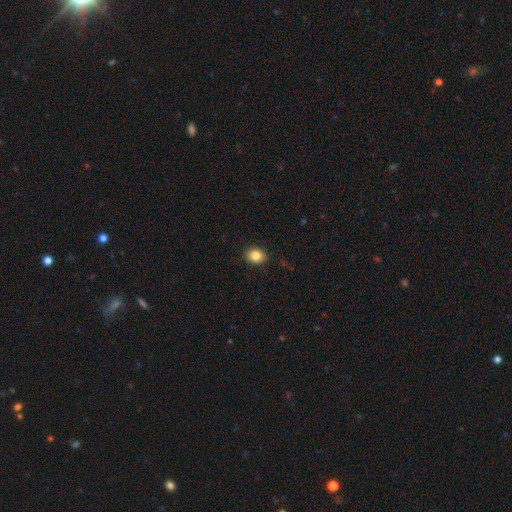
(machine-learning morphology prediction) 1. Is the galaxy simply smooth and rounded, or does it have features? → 85% smooth, 9% star or artifact, 6% featured or disk.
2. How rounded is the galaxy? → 54% round, 45% in between, 1% cigar-shaped.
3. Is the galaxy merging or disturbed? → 90% none, 7% minor disturbance, 2% major disturbance, 1% merger.